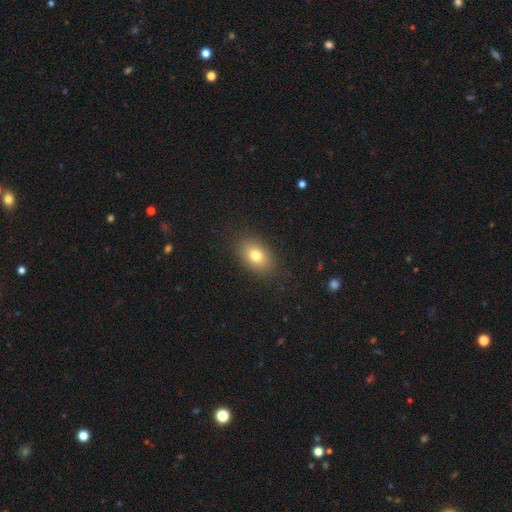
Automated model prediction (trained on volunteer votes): smooth_or_featured: smooth (p=0.79) [alt: featured or disk p=0.12]
how_rounded: in between (p=0.83) [alt: round p=0.15]
merging: none (p=0.86) [alt: minor disturbance p=0.09]